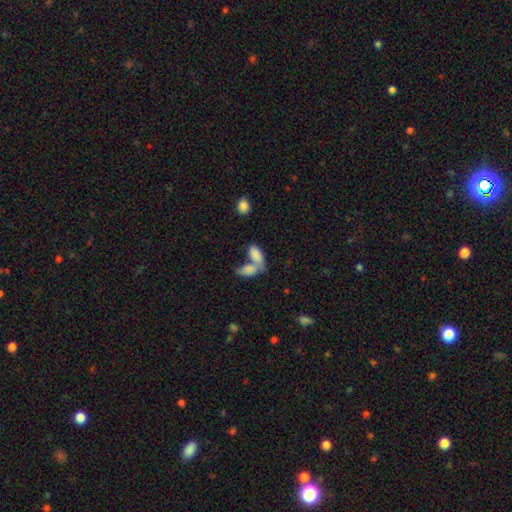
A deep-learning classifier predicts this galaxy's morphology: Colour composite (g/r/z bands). It shows a smooth galaxy with no disk features (83%) that is in between round and cigar-shaped (90%). Merging: merger (63%).